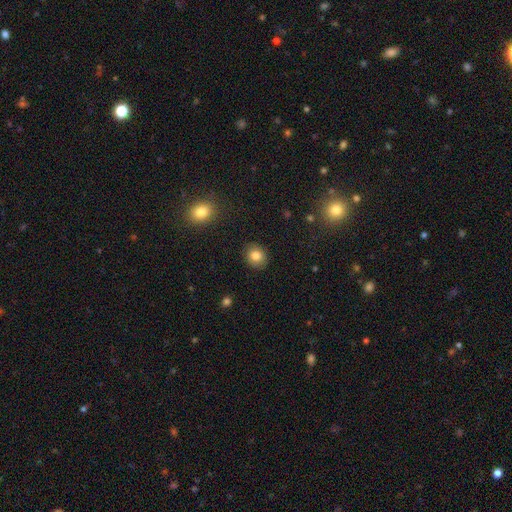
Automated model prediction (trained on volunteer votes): smooth-or-featured: smooth: 83% | star or artifact: 10% | featured or disk: 7%
  how-rounded: round: 76% | in between: 23% | cigar-shaped: 1%
  merging: none: 89% | minor disturbance: 8% | major disturbance: 2% | merger: 1%